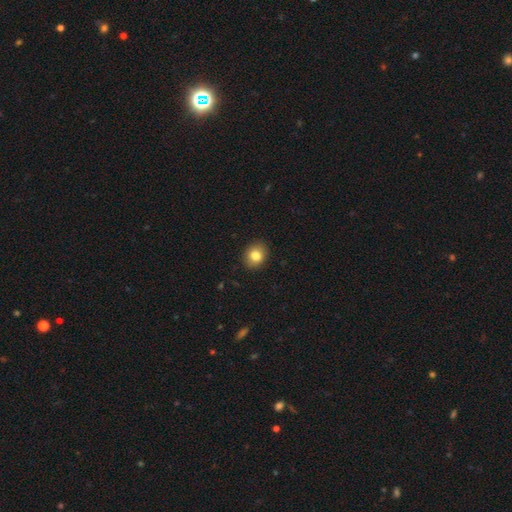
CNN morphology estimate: Q: Smooth or featured?
A: smooth (82%); runner-up: star or artifact (9%)
Q: How rounded?
A: round (63%); runner-up: in between (36%)
Q: Merging?
A: none (90%); runner-up: minor disturbance (7%)